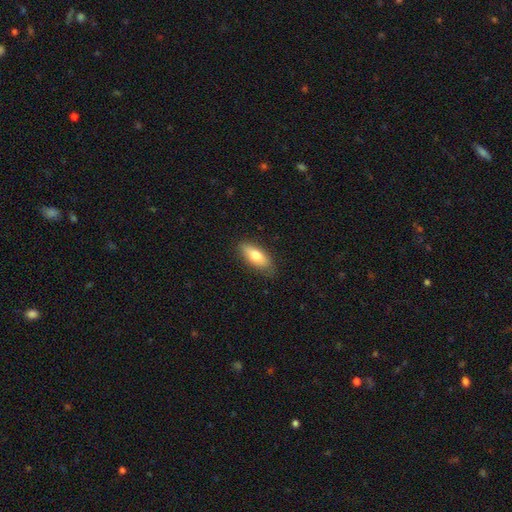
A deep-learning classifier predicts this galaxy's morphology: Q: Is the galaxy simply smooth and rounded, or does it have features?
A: smooth — 76%.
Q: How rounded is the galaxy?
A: in between — 78%.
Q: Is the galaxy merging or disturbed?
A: none — 83%.